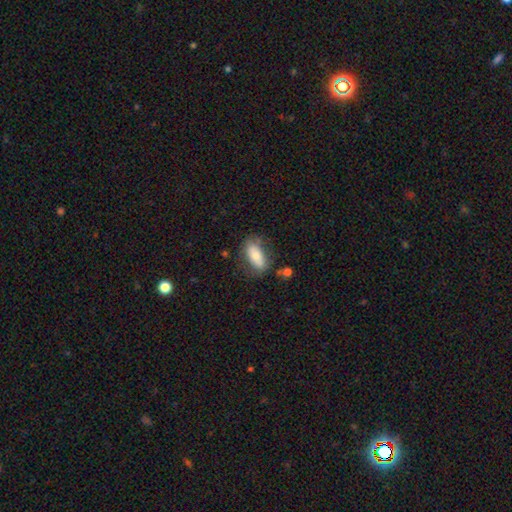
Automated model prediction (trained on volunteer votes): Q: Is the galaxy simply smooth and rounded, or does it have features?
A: smooth — 73%.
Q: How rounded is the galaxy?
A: in between — 82%.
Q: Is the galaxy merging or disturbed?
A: none — 69%.